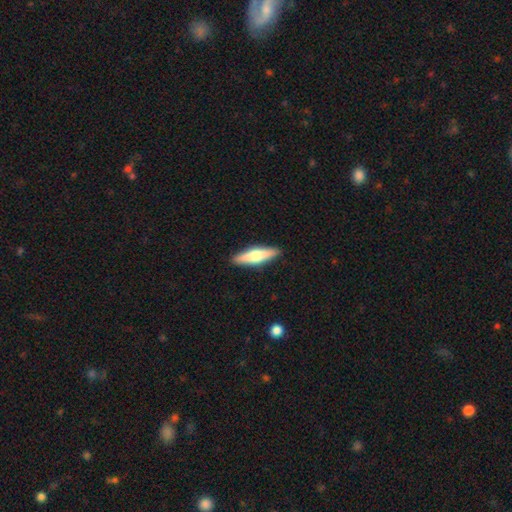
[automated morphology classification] type=smooth (53%); roundness=cigar-shaped (71%); merging=none (90%).